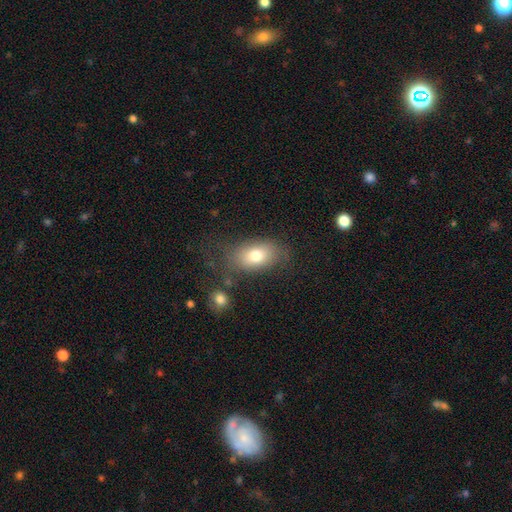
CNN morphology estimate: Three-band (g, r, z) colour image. It shows a smooth galaxy with no disk features (75%) that is in between round and cigar-shaped (84%). Merging: none (65%).